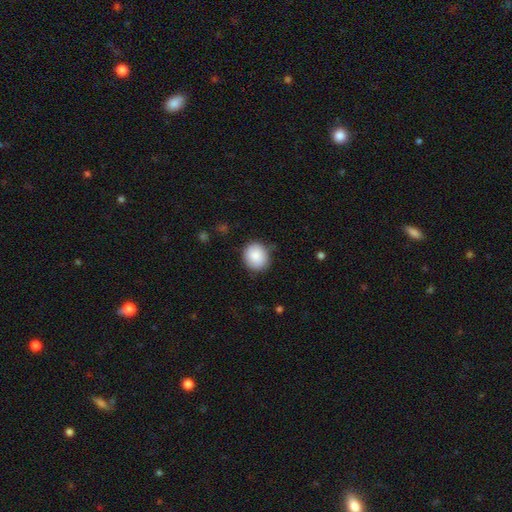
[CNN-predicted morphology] This is clearly a smooth galaxy (87%). How rounded: likely round (77%). Merging: clearly none (81%).